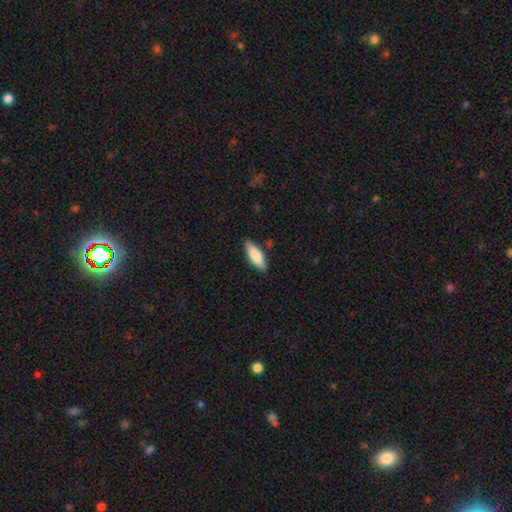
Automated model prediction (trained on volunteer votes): The model was most divided on "how rounded": in between: 57%, cigar-shaped: 41%, round: 2%. More confident: merging — none (86%); smooth or featured — smooth (81%).